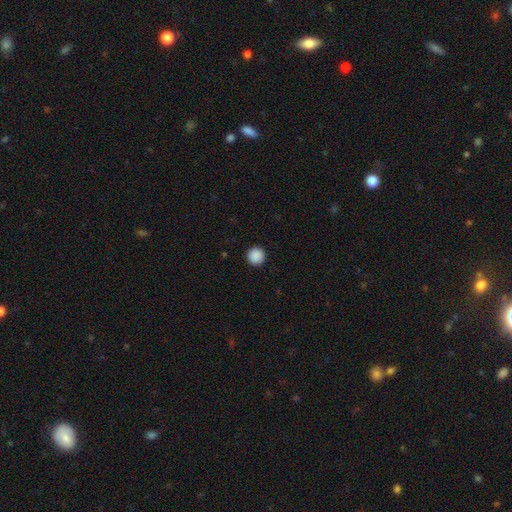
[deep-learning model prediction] The model was most divided on "smooth or featured": smooth: 89%, star or artifact: 9%, featured or disk: 2%. More confident: how rounded — round (96%); merging — none (93%).